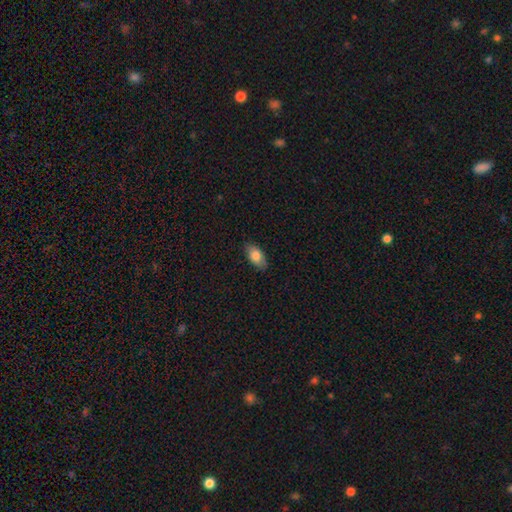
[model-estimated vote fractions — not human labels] Overall: smooth (81%). How rounded: in between (91%). Merging: none (85%).